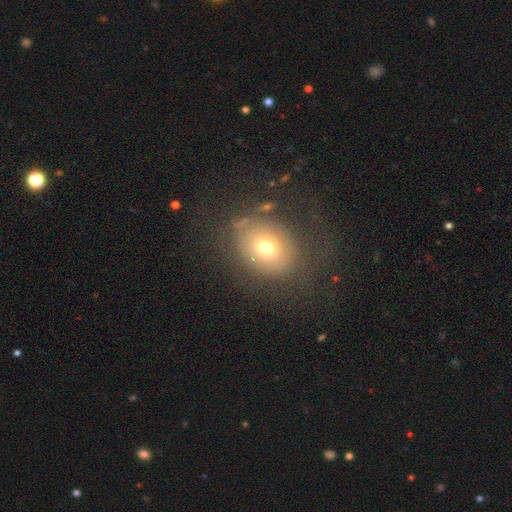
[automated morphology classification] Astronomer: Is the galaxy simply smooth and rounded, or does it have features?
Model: smooth — 52% (runner-up: featured or disk, 32%).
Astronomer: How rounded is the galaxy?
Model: round — 55% (runner-up: in between, 43%).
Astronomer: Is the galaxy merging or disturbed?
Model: none — 69%.